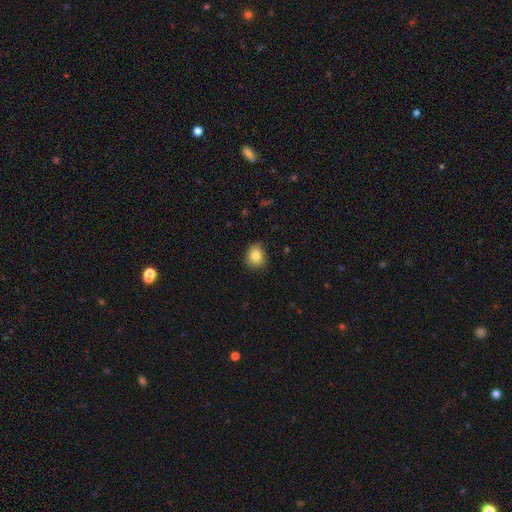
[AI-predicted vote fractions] smooth 85%, star or artifact 9%, featured or disk 6%. Down the decision tree: how rounded — round (66%); merging — none (81%).